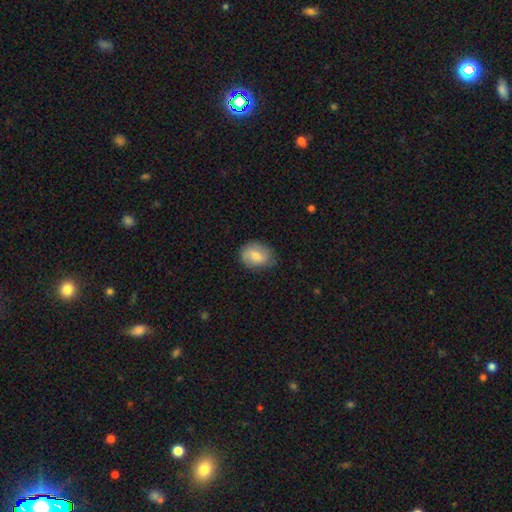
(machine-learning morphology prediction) smooth_or_featured: smooth (p=0.63) [alt: featured or disk p=0.30]
how_rounded: in between (p=0.57) [alt: round p=0.42]
merging: none (p=0.76) [alt: minor disturbance p=0.19]